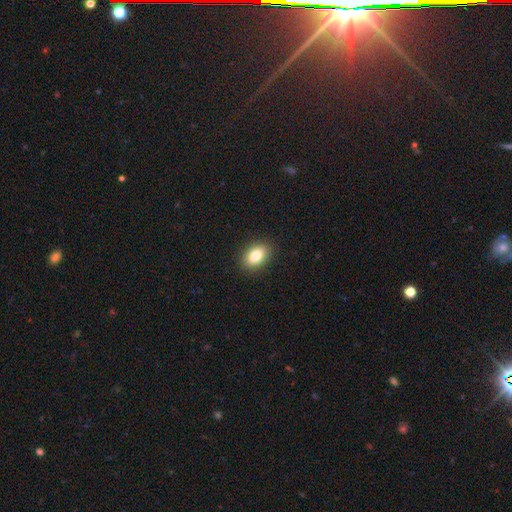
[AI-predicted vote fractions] Smooth or featured? Predicted: smooth (p=0.81). How rounded? Predicted: in between (p=0.82). Merging? Predicted: none (p=0.90).